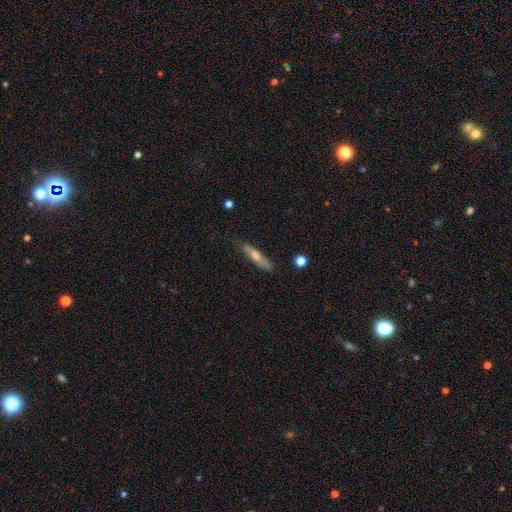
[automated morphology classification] A smooth galaxy with no disk features (59%) that is cigar-shaped (84%).

Vote fractions:
- Smooth or featured? smooth: 59% / featured or disk: 35% / star or artifact: 6%
- How rounded? cigar-shaped: 84% / in between: 15% / round: 2%
- Merging? none: 83% / minor disturbance: 13% / major disturbance: 2% / merger: 2%